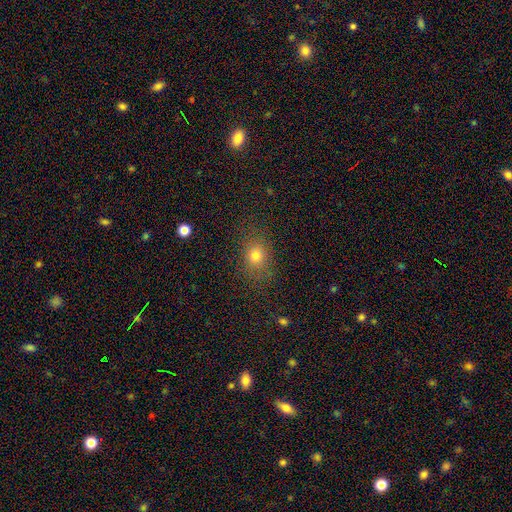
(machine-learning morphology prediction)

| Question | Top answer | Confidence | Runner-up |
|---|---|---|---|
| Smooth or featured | smooth | 77% | star or artifact (14%) |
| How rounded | in between | 53% | round (45%) |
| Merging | none | 81% | minor disturbance (12%) |